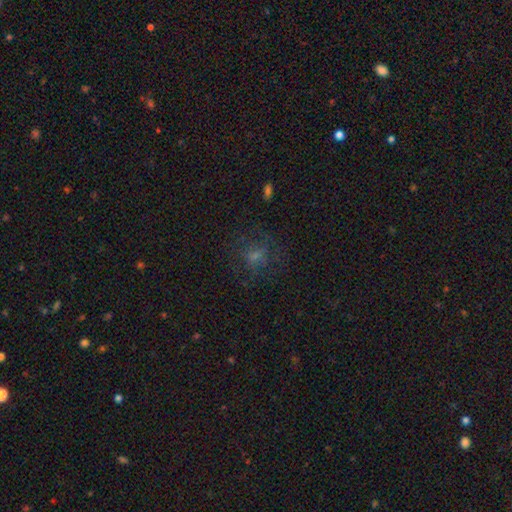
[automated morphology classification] Smooth or featured: smooth — 50% (star or artifact — 25%)
How rounded: round — 64% (in between — 34%)
Merging: none — 62% (major disturbance — 18%)